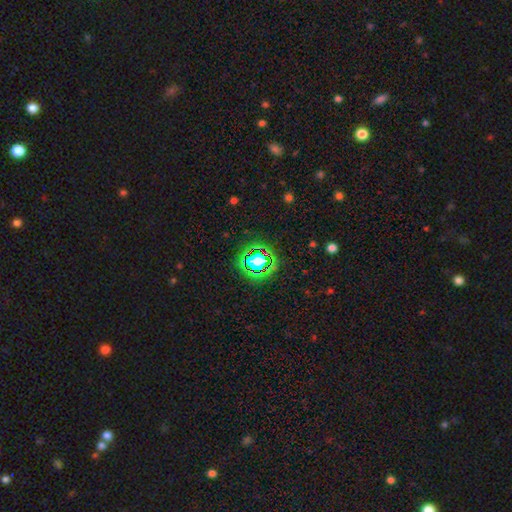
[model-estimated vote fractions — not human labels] star or artifact 62%, smooth 26%, featured or disk 12%.